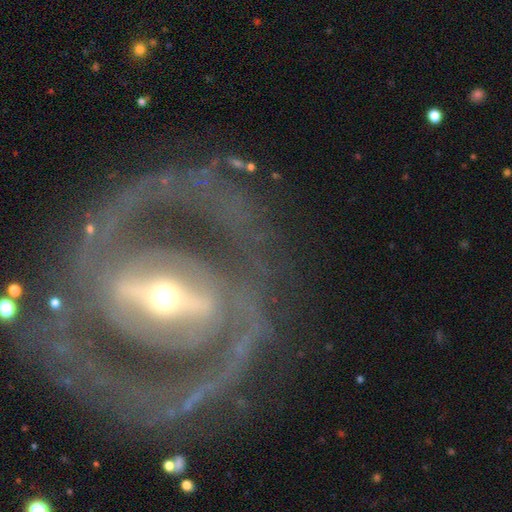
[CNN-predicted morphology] type=featured or disk (88%); edge-on=no (93%); bar=strong (71%); spiral arms=yes (78%); winding=tight (45%); arm count=2 (75%); bulge=moderate (49%); merging=none (70%).